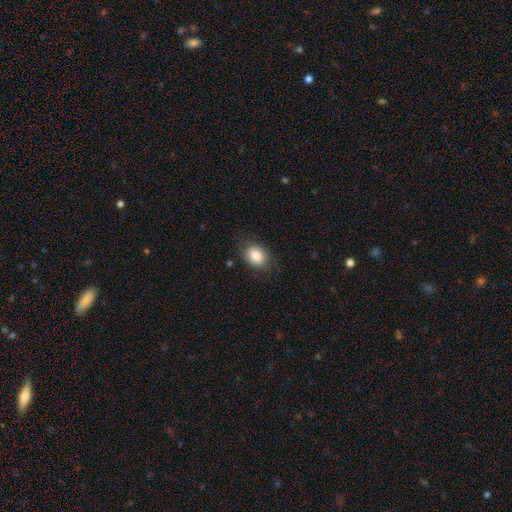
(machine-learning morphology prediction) A smooth galaxy with no disk features (85%) that is in between round and cigar-shaped (63%). Merging: none (81%).